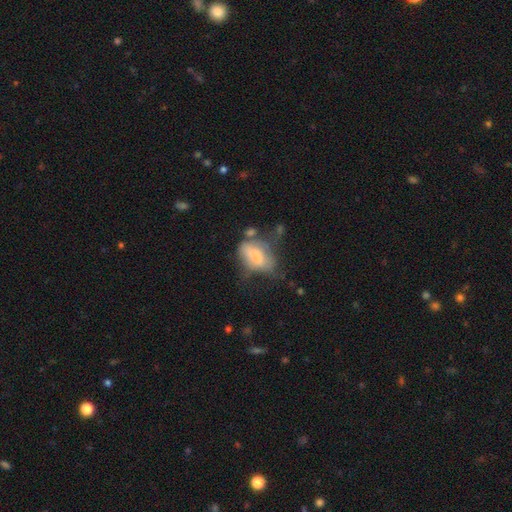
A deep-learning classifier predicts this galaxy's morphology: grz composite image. It shows a smooth galaxy with no disk features (61%) that is in between round and cigar-shaped (86%). Merging: none (31%).